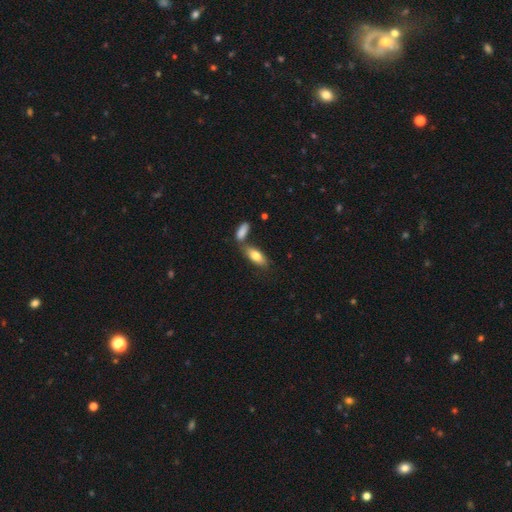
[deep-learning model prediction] This is likely a smooth galaxy (78%). How rounded: likely in between (77%). Merging: possibly none (57%).